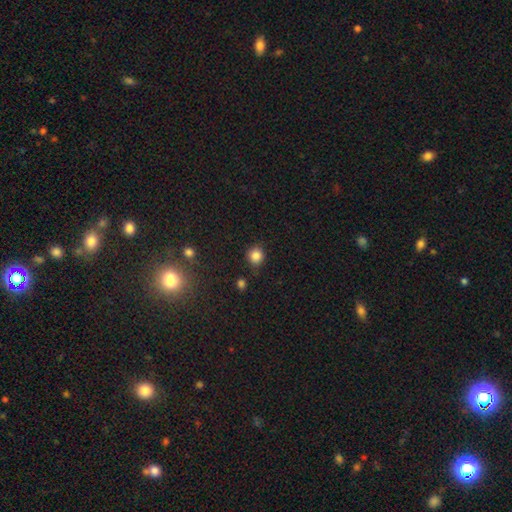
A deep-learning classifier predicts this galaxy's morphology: Overall: smooth (84%). How rounded: round (90%). Merging: none (83%).